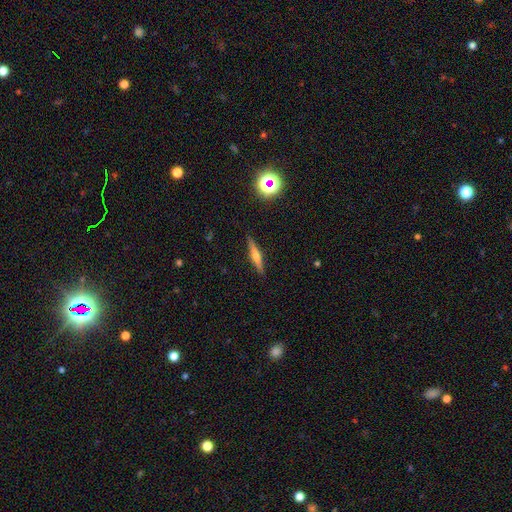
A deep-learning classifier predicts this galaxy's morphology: Smooth or featured? Predicted: featured or disk (p=0.56). Edge-on disk? Predicted: yes (p=0.96). Edge-on bulge? Predicted: rounded (p=0.81). Merging? Predicted: none (p=0.89).